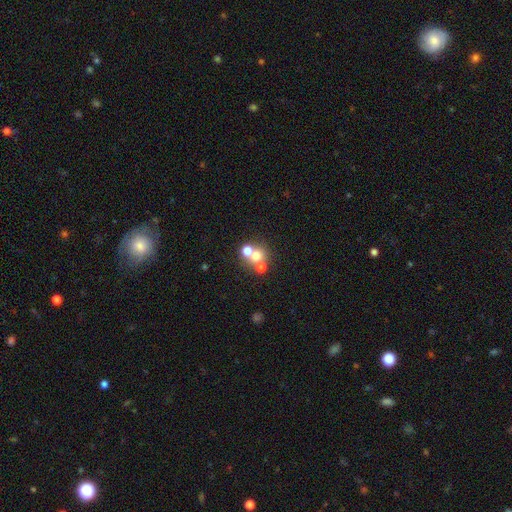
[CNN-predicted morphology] type=smooth (61%); roundness=round (82%); merging=merger (47%).